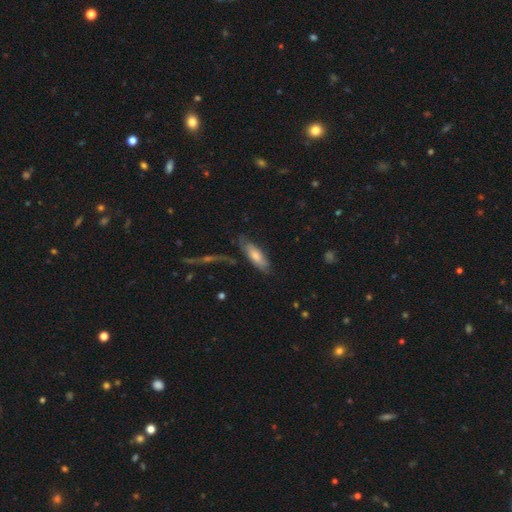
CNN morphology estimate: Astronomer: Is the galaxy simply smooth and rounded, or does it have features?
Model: smooth — 62%.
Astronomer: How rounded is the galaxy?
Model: in between — 60% (runner-up: cigar-shaped, 38%).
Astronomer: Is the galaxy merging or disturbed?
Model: none — 61%.